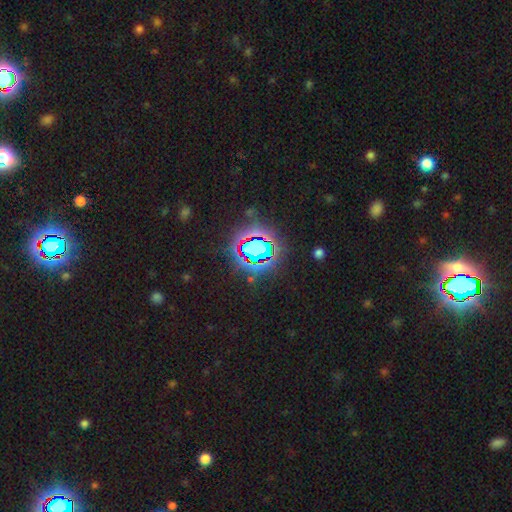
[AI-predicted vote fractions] star or artifact 82%, smooth 10%, featured or disk 7%.